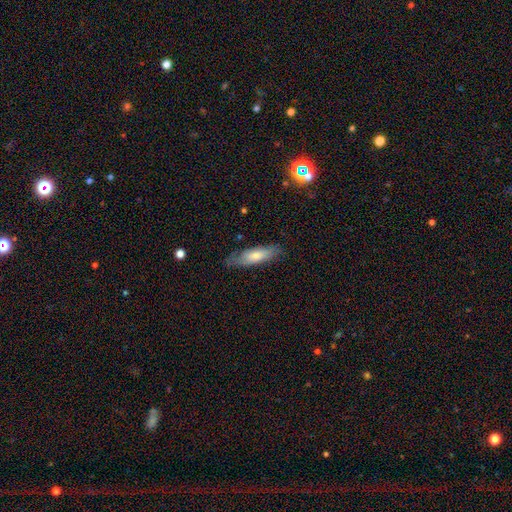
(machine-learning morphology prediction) Smooth or featured: smooth — 62% (featured or disk — 30%)
How rounded: cigar-shaped — 62% (in between — 36%)
Merging: none — 77% (minor disturbance — 18%)